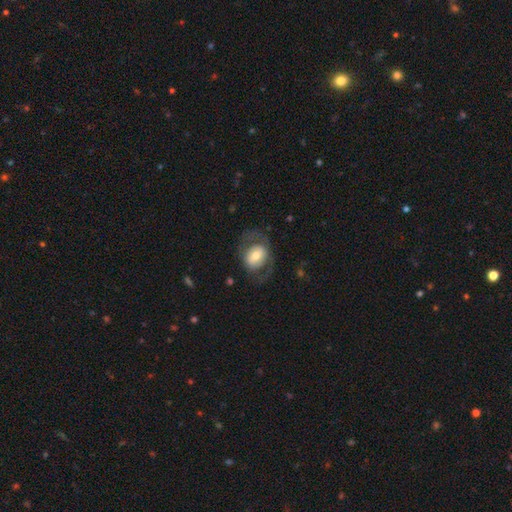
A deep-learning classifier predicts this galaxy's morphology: Smooth or featured? smooth (49%)
Merging? none (65%)